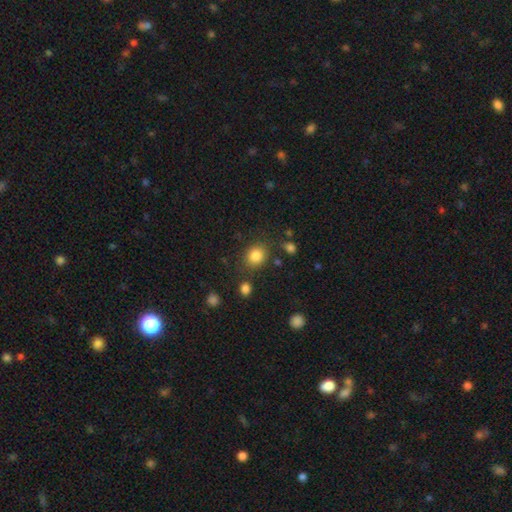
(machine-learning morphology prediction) This appears to be a smooth galaxy with no disk features (84%) that is round (65%). Merging: none (78%).